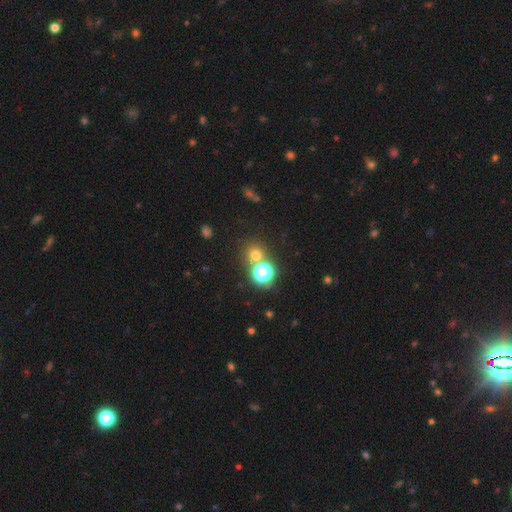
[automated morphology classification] This is likely a smooth galaxy (62%). How rounded: clearly round (89%). Merging: likely none (69%).